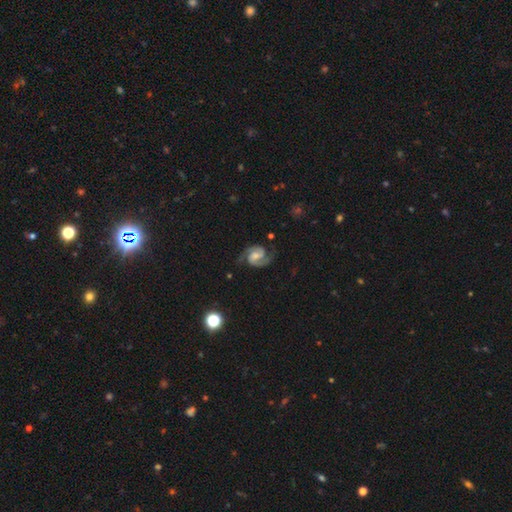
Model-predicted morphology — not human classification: A featured or disk galaxy (91%) with a weak bar (50%), 2 (94%) medium (59%) spiral arms (98%) and a moderate central bulge (45%). Merging: none (77%).